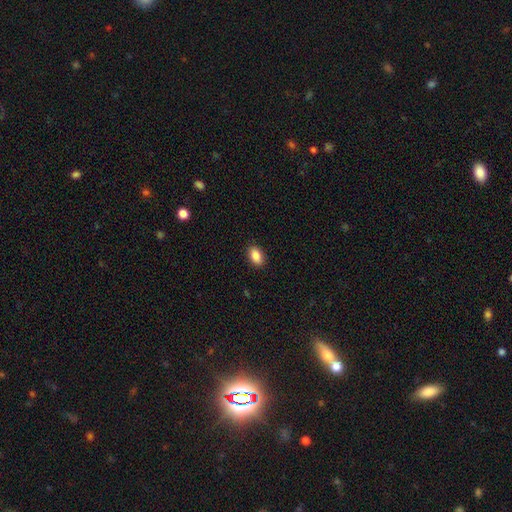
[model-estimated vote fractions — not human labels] Smooth or featured: smooth — 88% (star or artifact — 8%)
How rounded: in between — 88% (round — 10%)
Merging: none — 90% (minor disturbance — 7%)